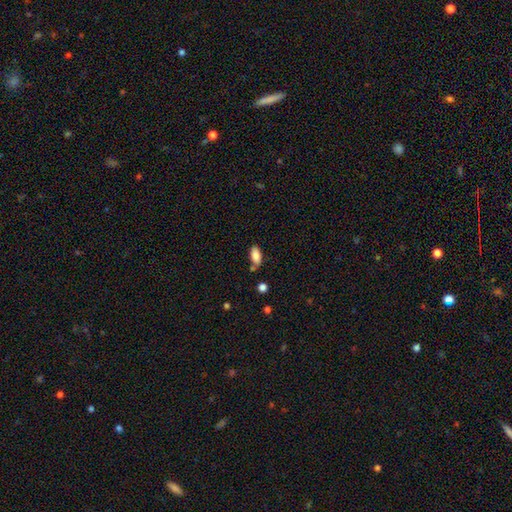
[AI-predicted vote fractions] Q: Smooth or featured?
A: smooth (85%); runner-up: star or artifact (8%)
Q: How rounded?
A: in between (89%); runner-up: cigar-shaped (8%)
Q: Merging?
A: none (67%); runner-up: minor disturbance (19%)